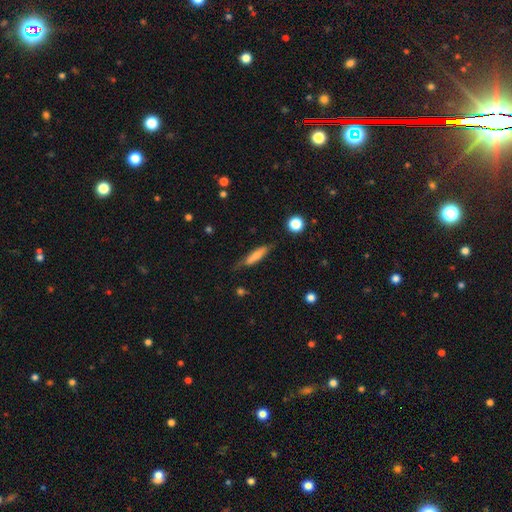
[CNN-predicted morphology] type=smooth (67%); roundness=cigar-shaped (77%); merging=none (68%).